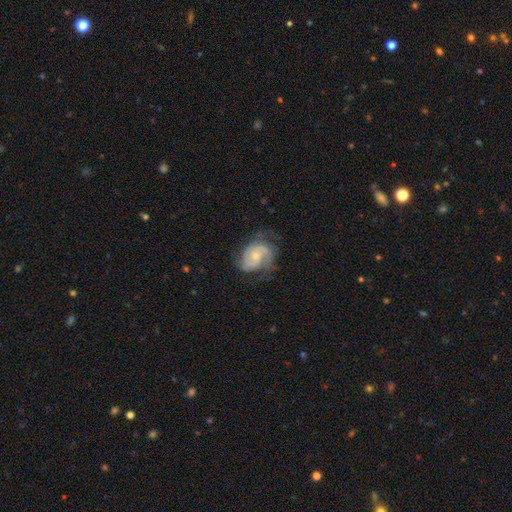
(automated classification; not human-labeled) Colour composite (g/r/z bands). It shows a featured or disk galaxy (80%) with no bar (64%), 2 (64%) medium (45%) spiral arms (95%) and a small central bulge (51%). Merging: none (61%).